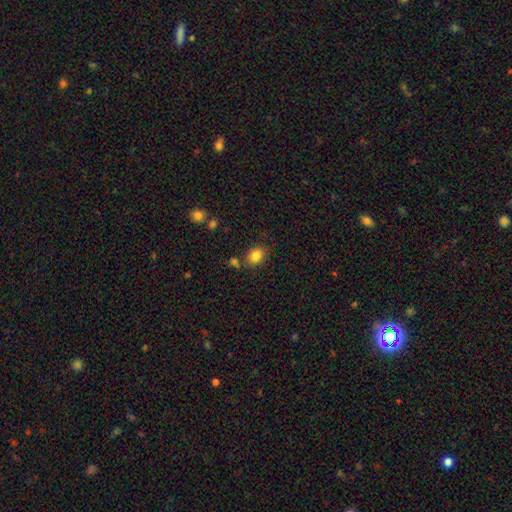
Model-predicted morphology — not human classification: Overall: smooth (83%). How rounded: in between (52%; round 47%). Merging: none (76%).